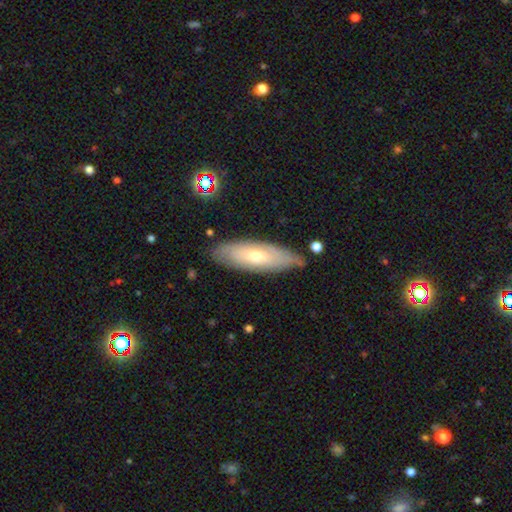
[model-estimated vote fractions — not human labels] Q: Smooth or featured?
A: smooth (47%); runner-up: featured or disk (46%)
Q: Merging?
A: none (78%); runner-up: minor disturbance (17%)